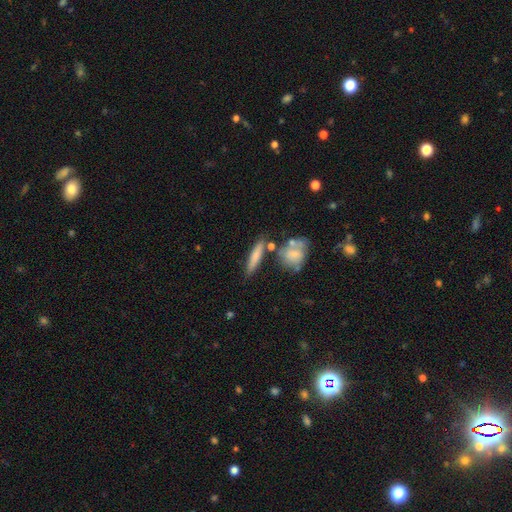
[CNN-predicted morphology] Smooth or featured? Predicted: smooth (p=0.71). How rounded? Predicted: cigar-shaped (p=0.77). Merging? Predicted: none (p=0.68).